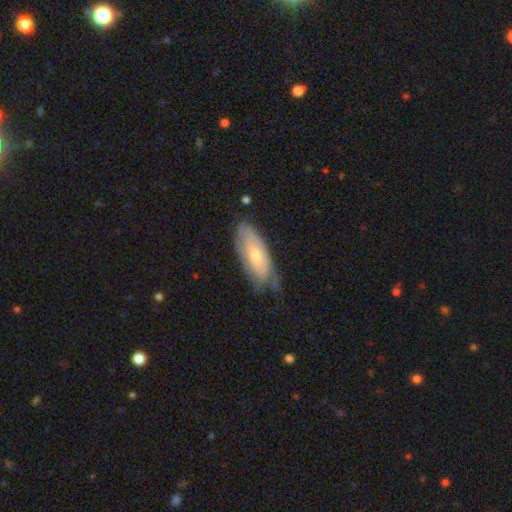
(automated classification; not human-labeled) Smooth or featured? featured or disk (53%)
Edge-on disk? no (81%)
Merging? none (57%)